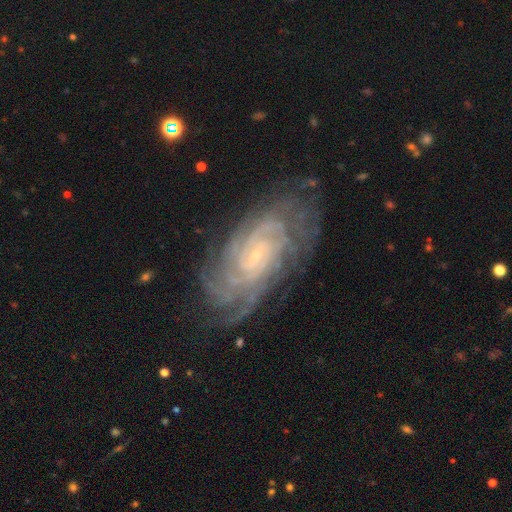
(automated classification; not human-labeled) Q: Smooth or featured?
A: featured or disk (87%); runner-up: smooth (6%)
Q: Edge-on disk?
A: no (96%); runner-up: yes (4%)
Q: Bar?
A: no (64%); runner-up: weak (28%)
Q: Spiral arms?
A: yes (97%); runner-up: no (3%)
Q: Spiral winding?
A: tight (78%); runner-up: medium (18%)
Q: Spiral arm count?
A: can't tell (30%); runner-up: 4 (21%)
Q: Bulge size?
A: small (84%); runner-up: moderate (9%)
Q: Merging?
A: none (75%); runner-up: minor disturbance (17%)